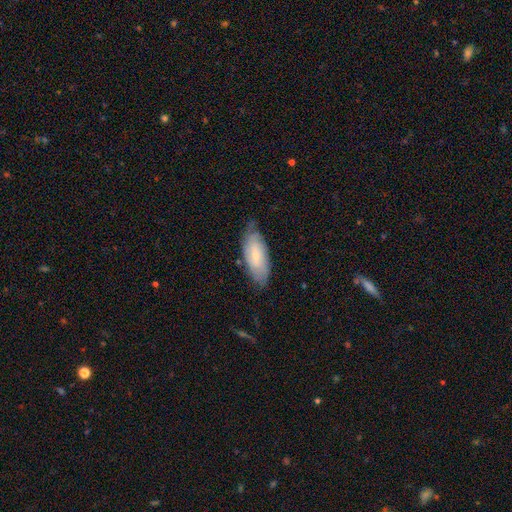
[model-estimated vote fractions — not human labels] This is possibly a smooth galaxy (51%). How rounded: clearly in between (81%). Merging: likely none (67%).